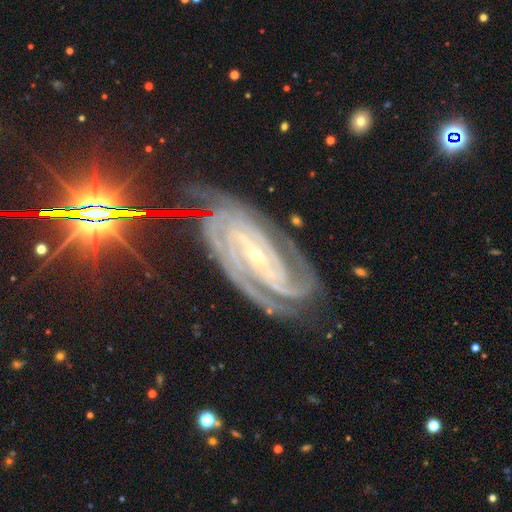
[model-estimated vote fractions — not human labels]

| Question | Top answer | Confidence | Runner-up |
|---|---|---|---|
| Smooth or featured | featured or disk | 89% | star or artifact (8%) |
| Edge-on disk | no | 96% | yes (4%) |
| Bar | strong | 45% | weak (30%) |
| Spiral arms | yes | 99% | no (1%) |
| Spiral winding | tight | 74% | medium (23%) |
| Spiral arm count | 3 | 28% | 2 (23%) |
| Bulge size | small | 79% | moderate (17%) |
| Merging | none | 75% | minor disturbance (17%) |